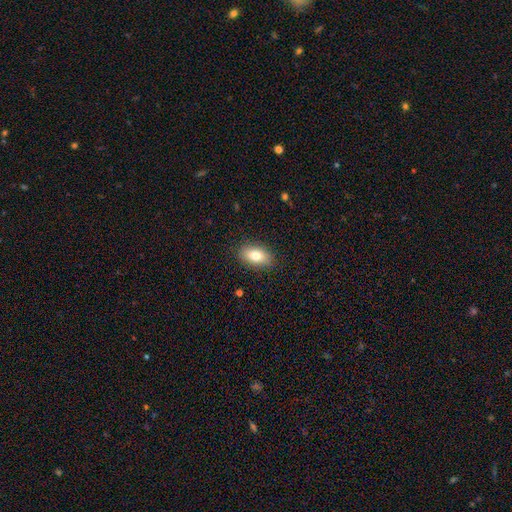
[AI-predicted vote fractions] Smooth or featured?
  - smooth: 79% *
  - featured or disk: 13%
  - star or artifact: 8%
How rounded?
  - in between: 89% *
  - round: 8%
  - cigar-shaped: 3%
Merging?
  - none: 87% *
  - minor disturbance: 10%
  - major disturbance: 2%
  - merger: 1%